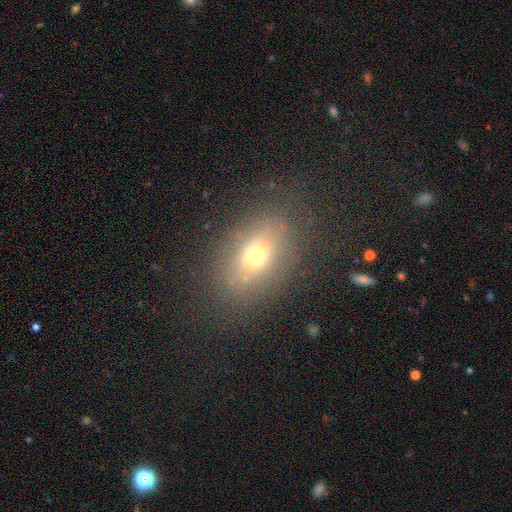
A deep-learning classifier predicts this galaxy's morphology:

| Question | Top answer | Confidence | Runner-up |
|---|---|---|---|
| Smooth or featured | smooth | 59% | featured or disk (24%) |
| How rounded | in between | 70% | round (26%) |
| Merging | none | 78% | minor disturbance (14%) |